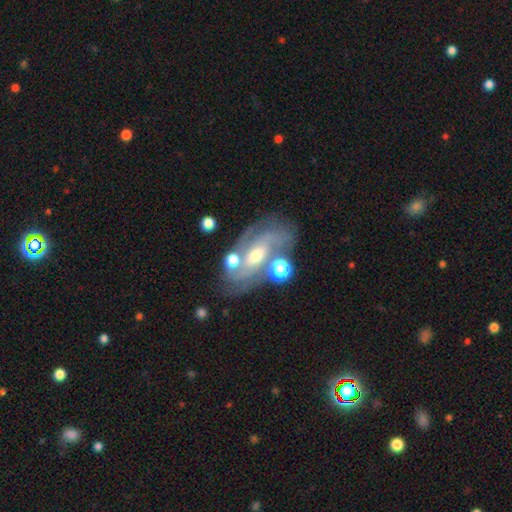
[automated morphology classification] The model was most divided on "bar": no: 42%, weak: 41%, strong: 18%. Remaining: edge-on disk — no (94%); spiral arms — yes (92%); smooth or featured — featured or disk (80%); bulge size — moderate (63%); merging — none (60%); spiral winding — tight (47%); spiral arm count — 2 (42%).